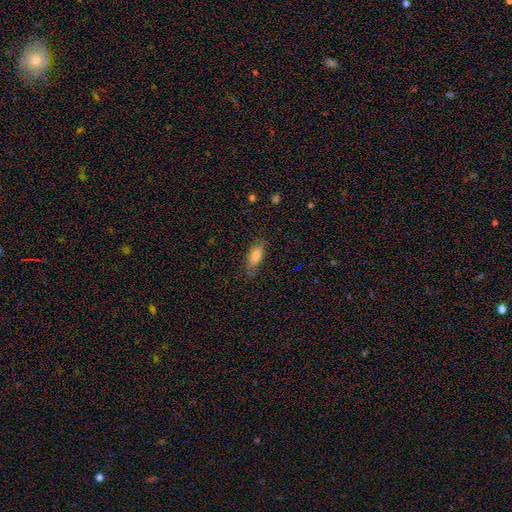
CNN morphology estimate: This is likely a smooth galaxy (78%). How rounded: likely in between (80%). Merging: likely none (74%).